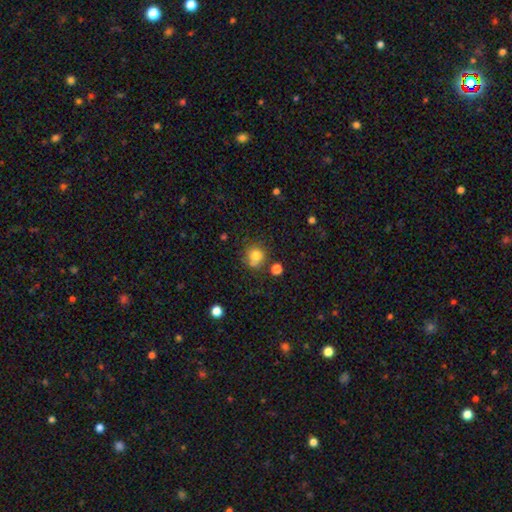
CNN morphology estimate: This is likely a smooth galaxy (78%). How rounded: clearly round (84%). Merging: likely none (62%).